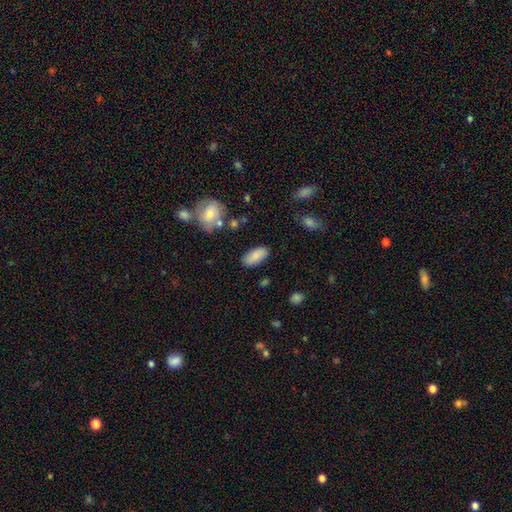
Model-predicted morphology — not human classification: The model was most divided on "merging": none: 84%, minor disturbance: 10%, major disturbance: 3%, merger: 3%. More confident: how rounded — in between (90%); smooth or featured — smooth (86%).